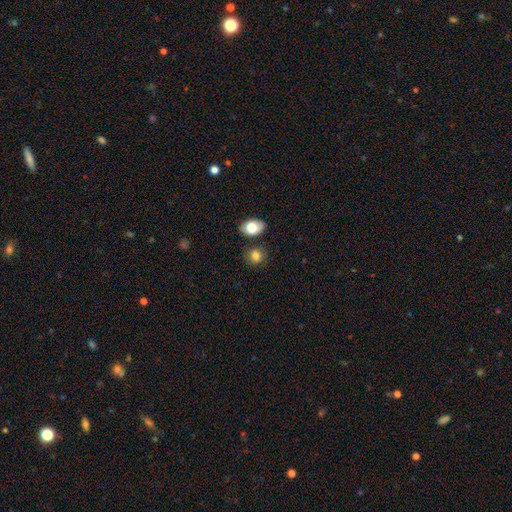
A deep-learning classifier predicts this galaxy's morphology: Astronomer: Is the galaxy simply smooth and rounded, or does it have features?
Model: smooth — 79%.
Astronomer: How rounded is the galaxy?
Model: round — 71%.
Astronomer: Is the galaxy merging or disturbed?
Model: none — 77%.